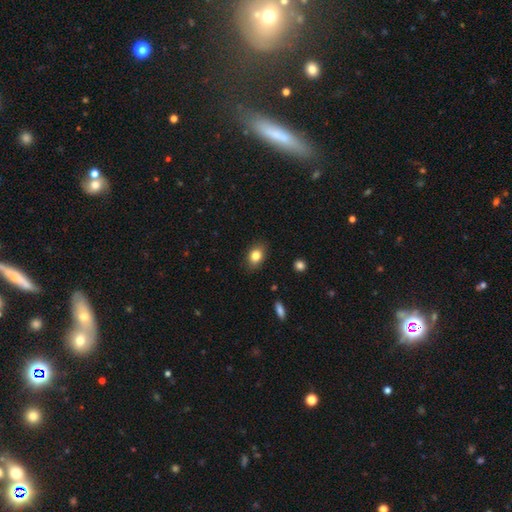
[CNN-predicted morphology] Smooth or featured?
  - smooth: 83% *
  - star or artifact: 9%
  - featured or disk: 8%
How rounded?
  - in between: 74% *
  - round: 24%
  - cigar-shaped: 1%
Merging?
  - none: 85% *
  - minor disturbance: 12%
  - major disturbance: 3%
  - merger: 1%